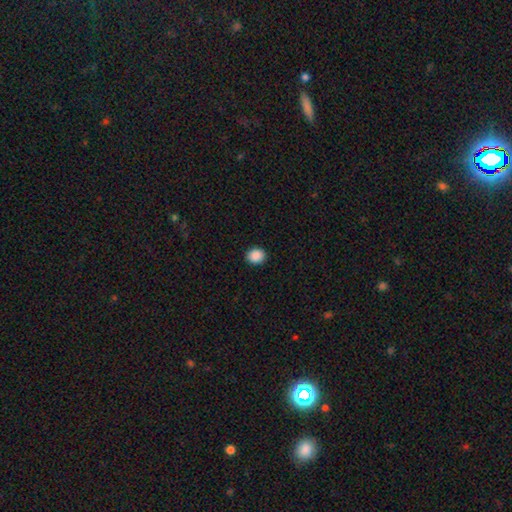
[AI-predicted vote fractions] Q: Smooth or featured?
A: smooth (89%); runner-up: star or artifact (9%)
Q: How rounded?
A: round (69%); runner-up: in between (30%)
Q: Merging?
A: none (92%); runner-up: minor disturbance (6%)